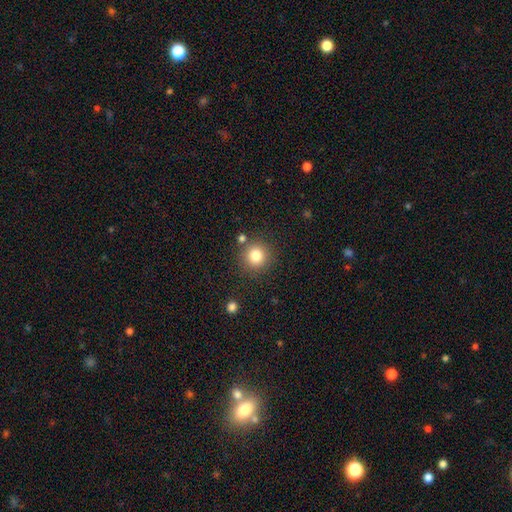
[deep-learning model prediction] smooth-or-featured: smooth: 81% | star or artifact: 12% | featured or disk: 7%
  how-rounded: round: 93% | in between: 6% | cigar-shaped: 1%
  merging: none: 82% | minor disturbance: 8% | merger: 6% | major disturbance: 3%